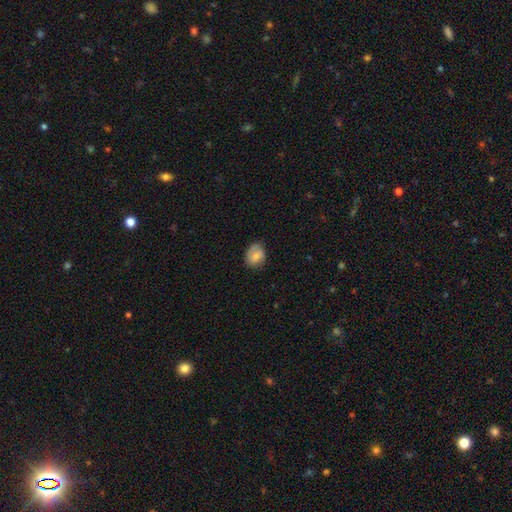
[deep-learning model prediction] This is likely a smooth galaxy (64%). How rounded: possibly in between (53%). Merging: likely none (67%).